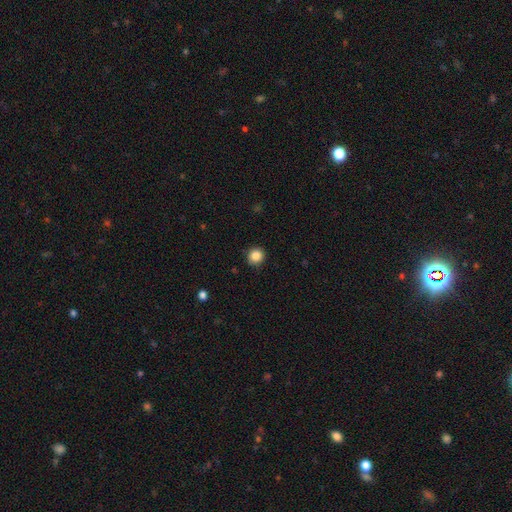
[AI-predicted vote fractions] A smooth galaxy with no disk features (86%) that is round (91%). Merging: none (89%).